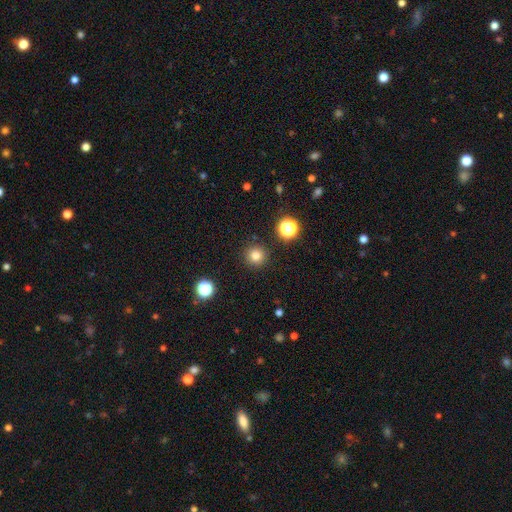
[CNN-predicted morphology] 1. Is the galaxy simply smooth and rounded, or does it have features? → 80% smooth, 14% star or artifact, 6% featured or disk.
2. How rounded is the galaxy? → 95% round, 4% in between, 1% cigar-shaped.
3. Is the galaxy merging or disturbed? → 91% none, 5% minor disturbance, 2% major disturbance, 2% merger.